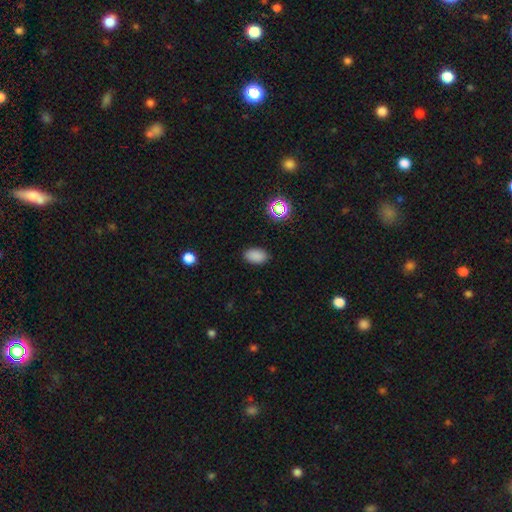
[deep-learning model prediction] Smooth or featured?
  - smooth: 84% *
  - star or artifact: 12%
  - featured or disk: 3%
How rounded?
  - in between: 91% *
  - round: 8%
  - cigar-shaped: 1%
Merging?
  - none: 87% *
  - minor disturbance: 9%
  - major disturbance: 2%
  - merger: 1%